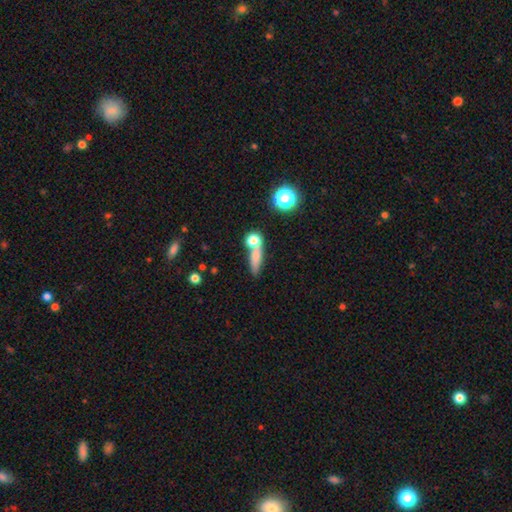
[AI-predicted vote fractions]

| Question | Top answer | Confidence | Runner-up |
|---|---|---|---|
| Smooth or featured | smooth | 67% | featured or disk (19%) |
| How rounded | cigar-shaped | 44% | in between (31%) |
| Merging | none | 50% | merger (32%) |